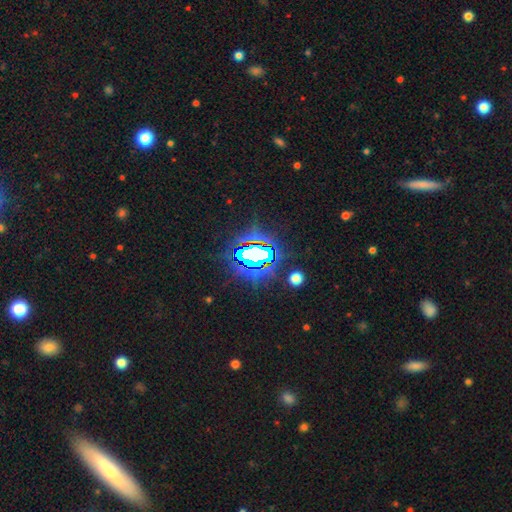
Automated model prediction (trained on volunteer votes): Morphology: type=star or artifact (71%).